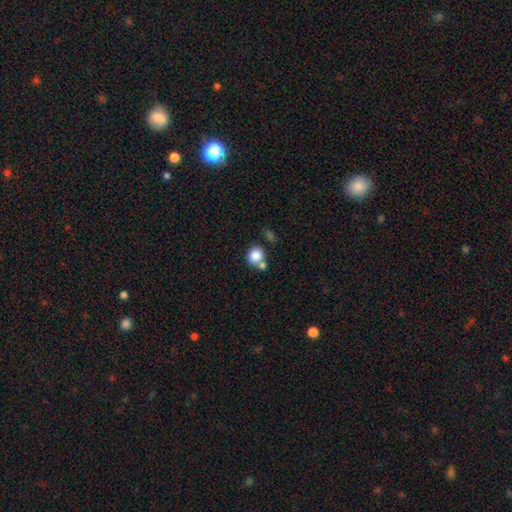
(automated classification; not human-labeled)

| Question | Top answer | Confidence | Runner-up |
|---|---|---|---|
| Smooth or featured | smooth | 84% | star or artifact (9%) |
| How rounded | round | 79% | in between (20%) |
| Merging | none | 54% | merger (32%) |